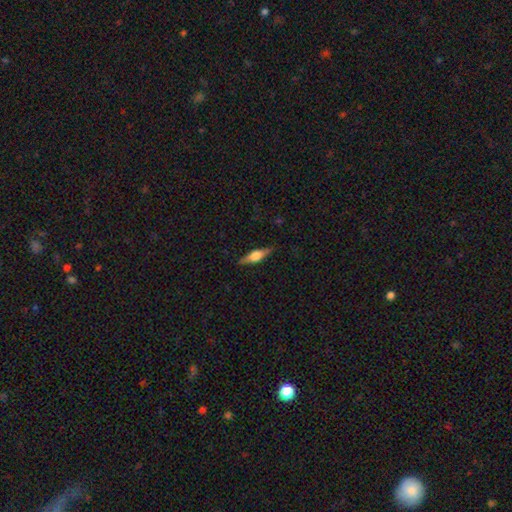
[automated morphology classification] A featured or disk galaxy (65%) viewed edge-on (96%) with a rounded central bulge (89%).

Vote fractions:
- Smooth or featured? featured or disk: 65% / smooth: 29% / star or artifact: 6%
- Edge-on disk? yes: 96% / no: 4%
- Edge-on bulge? rounded: 89% / boxy: 9% / none: 2%
- Merging? none: 88% / minor disturbance: 9% / major disturbance: 2% / merger: 1%